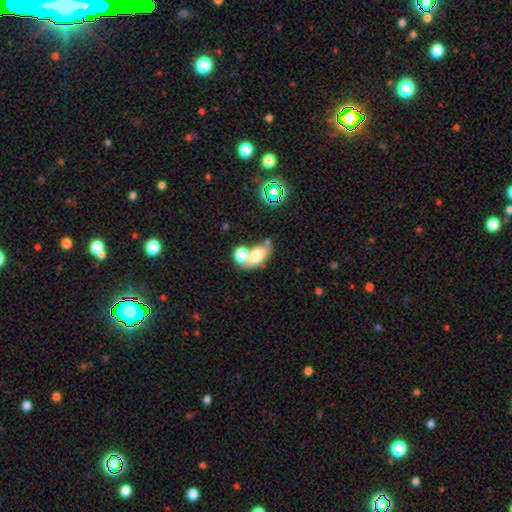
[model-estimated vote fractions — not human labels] Smooth or featured?
  - smooth: 69% *
  - featured or disk: 19%
  - star or artifact: 12%
How rounded?
  - in between: 83% *
  - round: 15%
  - cigar-shaped: 3%
Merging?
  - merger: 49% *
  - none: 35%
  - minor disturbance: 10%
  - major disturbance: 6%